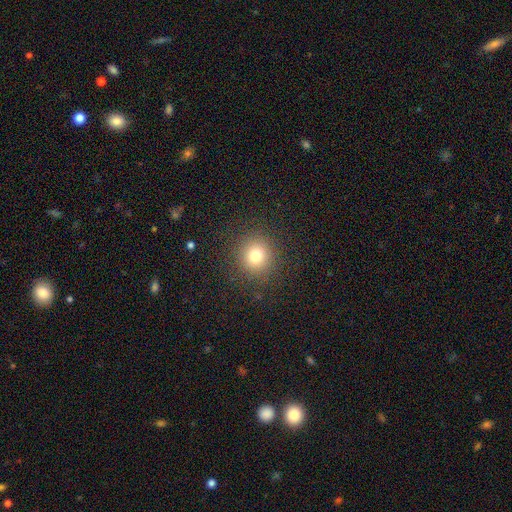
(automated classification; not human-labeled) Morphology: type=smooth (77%); roundness=round (91%); merging=none (89%).